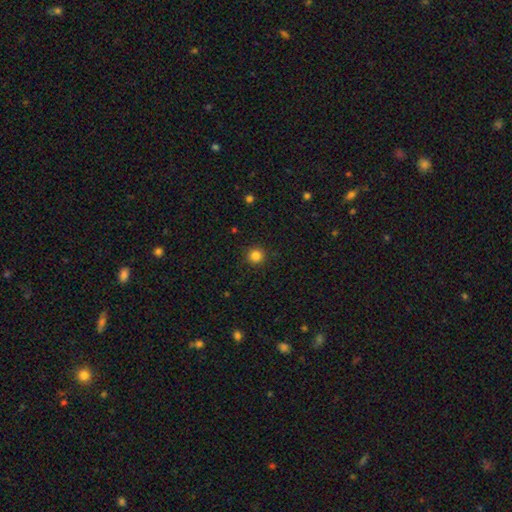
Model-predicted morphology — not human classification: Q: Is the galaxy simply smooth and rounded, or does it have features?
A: smooth — 85%.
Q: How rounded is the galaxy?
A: round — 95%.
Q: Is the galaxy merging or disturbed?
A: none — 92%.